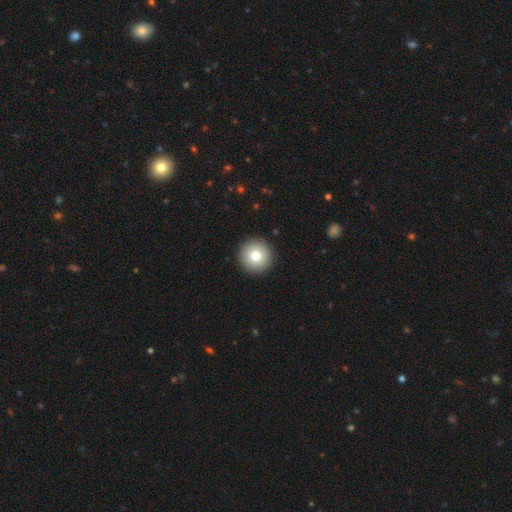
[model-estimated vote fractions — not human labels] Smooth or featured?
  - smooth: 80% *
  - featured or disk: 11%
  - star or artifact: 9%
How rounded?
  - round: 96% *
  - in between: 3%
  - cigar-shaped: 1%
Merging?
  - none: 93% *
  - minor disturbance: 4%
  - major disturbance: 2%
  - merger: 1%